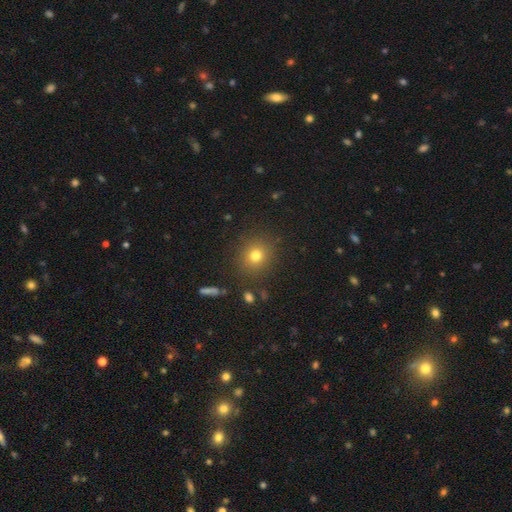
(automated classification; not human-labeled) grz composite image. It shows a smooth galaxy with no disk features (77%) that is round (84%). Merging: none (87%).